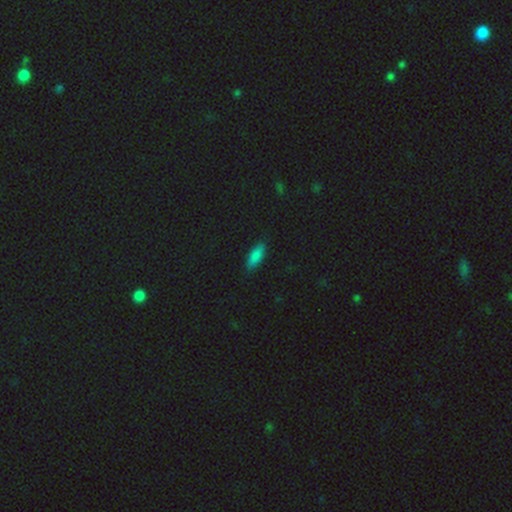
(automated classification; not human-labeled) Smooth or featured?
  - smooth: 82% *
  - star or artifact: 11%
  - featured or disk: 7%
How rounded?
  - in between: 76% *
  - cigar-shaped: 21%
  - round: 3%
Merging?
  - none: 87% *
  - minor disturbance: 10%
  - major disturbance: 2%
  - merger: 1%